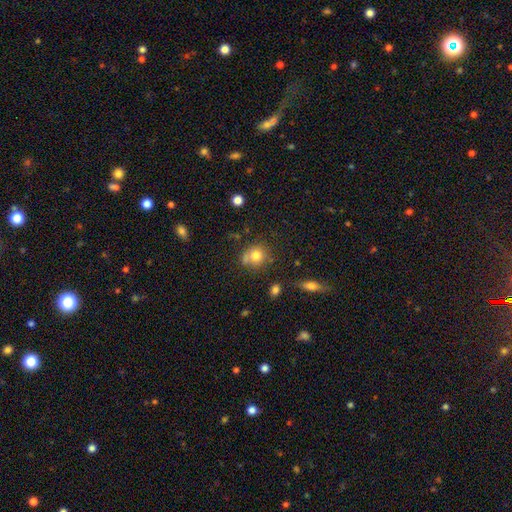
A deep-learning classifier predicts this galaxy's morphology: smooth_or_featured: smooth (p=0.77) [alt: featured or disk p=0.12]
how_rounded: round (p=0.80) [alt: in between p=0.19]
merging: none (p=0.57) [alt: merger p=0.19]